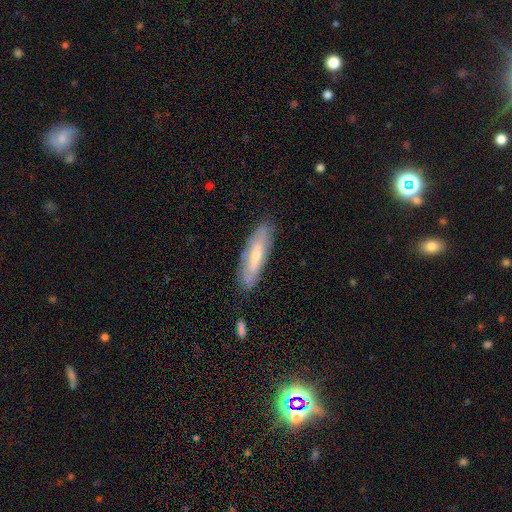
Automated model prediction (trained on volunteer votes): Q: Smooth or featured?
A: featured or disk (49%); runner-up: smooth (45%)
Q: Merging?
A: none (79%); runner-up: minor disturbance (15%)